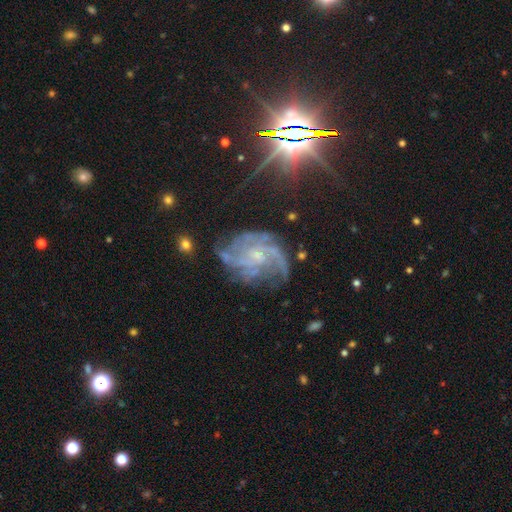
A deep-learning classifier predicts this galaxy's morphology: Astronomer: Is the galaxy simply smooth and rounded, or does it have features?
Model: featured or disk — 80%.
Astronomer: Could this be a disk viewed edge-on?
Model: no — 97%.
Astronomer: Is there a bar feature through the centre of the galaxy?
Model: no — 66%.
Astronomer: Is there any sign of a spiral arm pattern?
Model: yes — 94%.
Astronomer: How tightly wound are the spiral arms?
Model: medium — 44% (runner-up: tight, 39%).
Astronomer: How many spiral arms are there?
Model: can't tell — 26% (runner-up: 3, 25%).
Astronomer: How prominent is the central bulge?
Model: small — 63%.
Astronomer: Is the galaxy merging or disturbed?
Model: none — 61%.